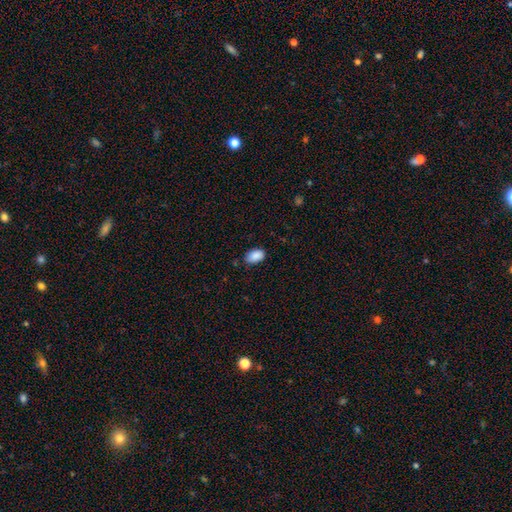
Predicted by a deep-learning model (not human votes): Smooth or featured? smooth (89%)
How rounded? in between (91%)
Merging? none (78%)